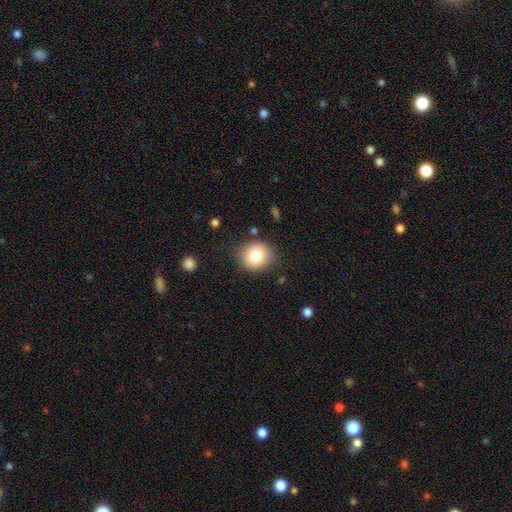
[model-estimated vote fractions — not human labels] Smooth or featured: smooth — 80% (featured or disk — 10%)
How rounded: round — 80% (in between — 19%)
Merging: none — 82% (minor disturbance — 12%)